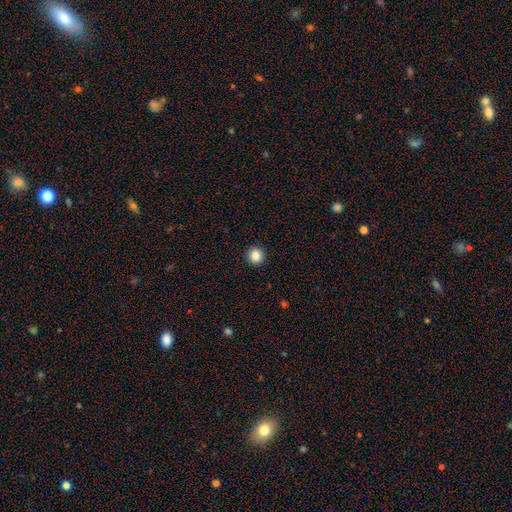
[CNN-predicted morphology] type=smooth (86%); roundness=round (94%); merging=none (93%).